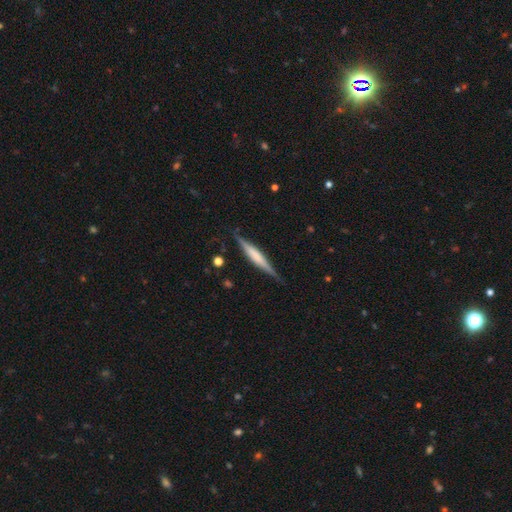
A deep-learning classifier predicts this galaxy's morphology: Overall: featured or disk (61%; smooth 33%). Edge-on disk: yes (97%). Edge-on bulge: boxy (39%; none 31%). Merging: none (85%).